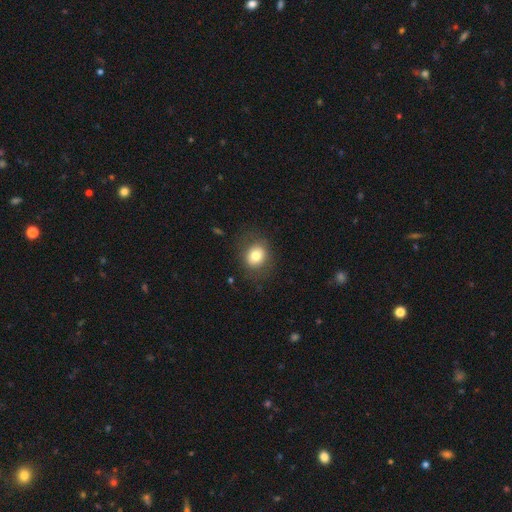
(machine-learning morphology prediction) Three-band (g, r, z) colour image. It shows a smooth galaxy with no disk features (77%) that is round (66%). Merging: none (80%).